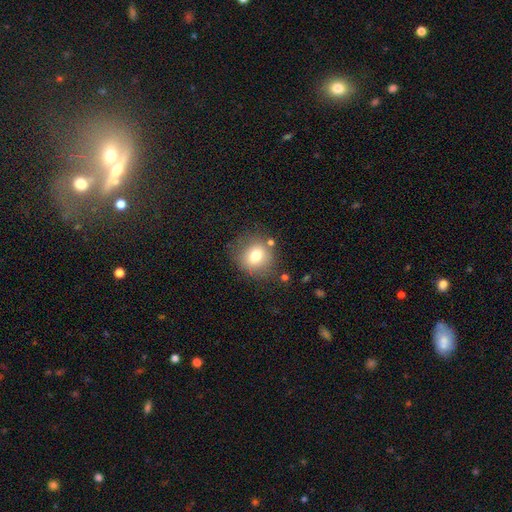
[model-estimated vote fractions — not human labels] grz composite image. It shows a smooth galaxy with no disk features (74%) that is round (80%). Merging: none (74%).